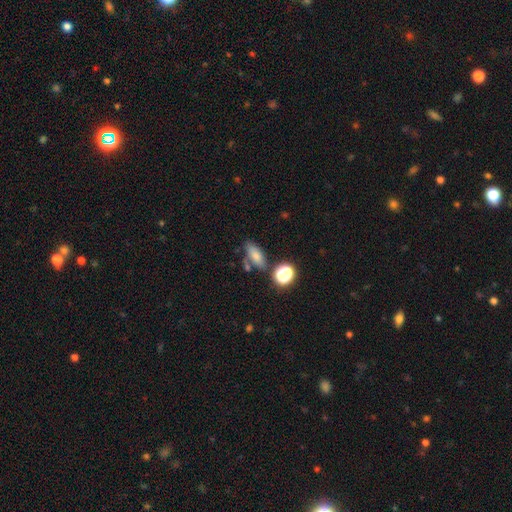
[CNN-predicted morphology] Smooth or featured: smooth — 73% (star or artifact — 14%)
How rounded: in between — 75% (cigar-shaped — 15%)
Merging: none — 63% (minor disturbance — 16%)